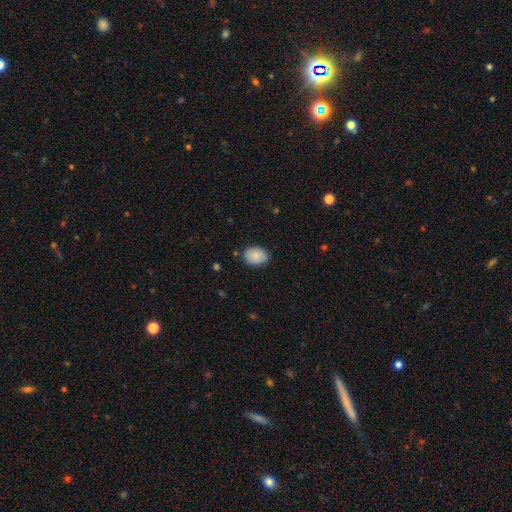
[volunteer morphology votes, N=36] A smooth galaxy with no disk features (86%) that is in between round and cigar-shaped (74%). Merging: none (61%).